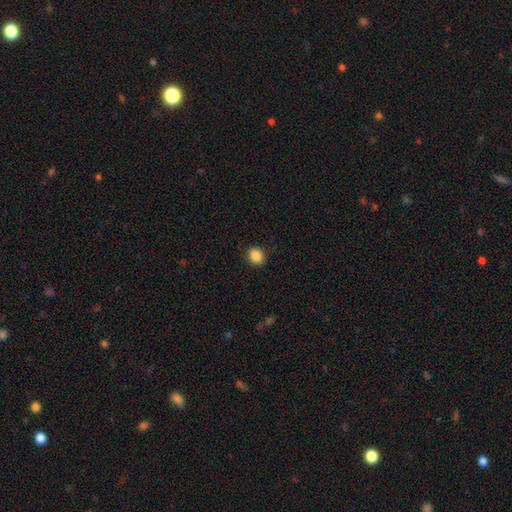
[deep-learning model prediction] This appears to be a smooth galaxy with no disk features (87%) that is round (50%). Merging: none (88%).